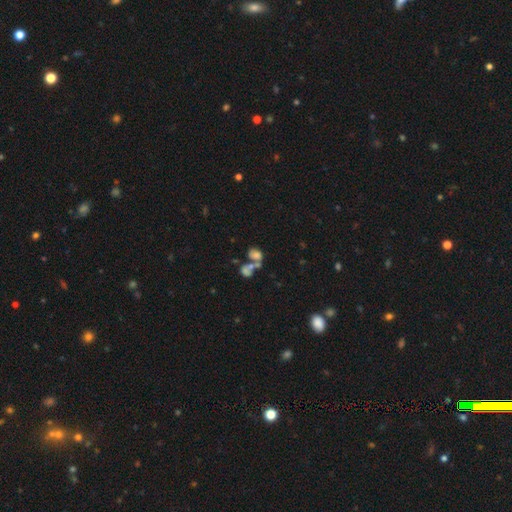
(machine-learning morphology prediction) smooth_or_featured: smooth (p=0.55) [alt: featured or disk p=0.28]
how_rounded: in between (p=0.68) [alt: round p=0.31]
merging: merger (p=0.59) [alt: none p=0.22]